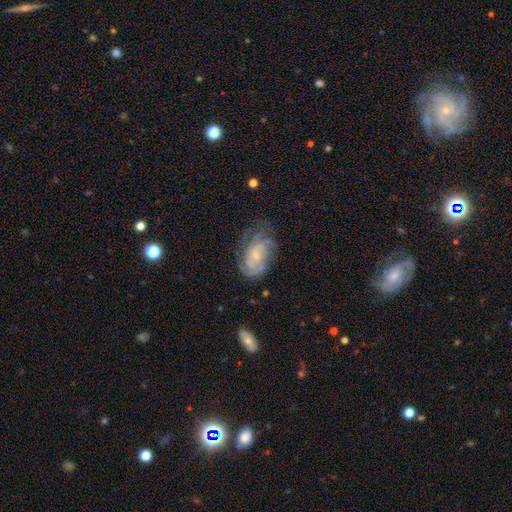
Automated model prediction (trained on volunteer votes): Overall: featured or disk (72%). Edge-on disk: no (96%). Bar: no (72%). Spiral arms: yes (87%). Spiral arm count: can't tell (49%; 2 20%). Spiral winding: tight (59%; medium 31%). Bulge size: small (68%). Merging: none (57%; minor disturbance 25%).